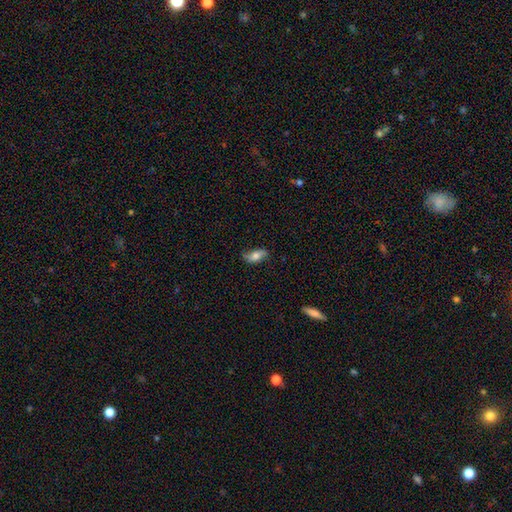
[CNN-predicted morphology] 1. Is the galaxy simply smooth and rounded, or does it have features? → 52% smooth, 40% featured or disk, 8% star or artifact.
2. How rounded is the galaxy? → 84% in between, 11% cigar-shaped, 5% round.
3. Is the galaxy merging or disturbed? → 71% none, 21% minor disturbance, 6% major disturbance, 2% merger.